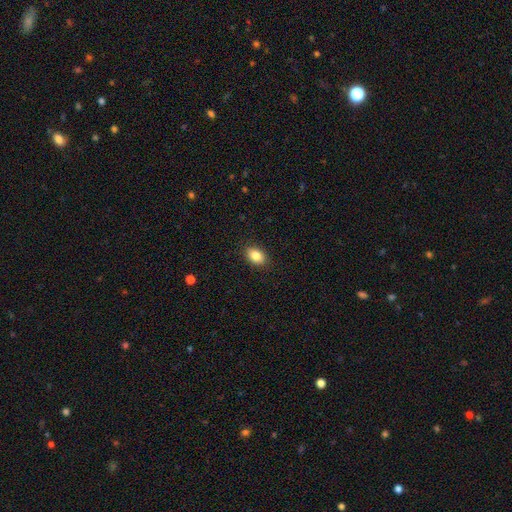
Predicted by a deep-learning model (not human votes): This is clearly a smooth galaxy (86%). How rounded: clearly in between (83%). Merging: clearly none (89%).